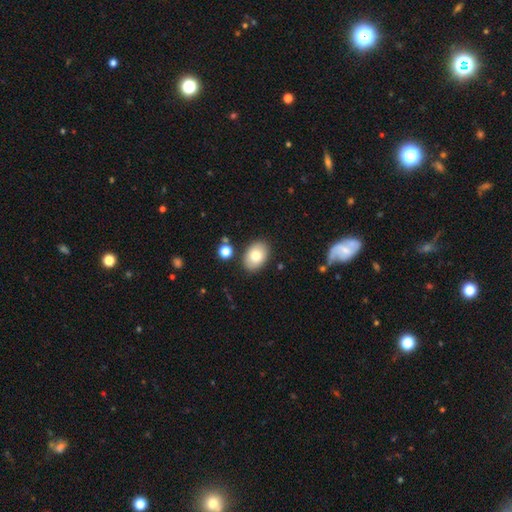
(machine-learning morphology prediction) smooth-or-featured: smooth: 80% | featured or disk: 12% | star or artifact: 7%
  how-rounded: in between: 85% | round: 14% | cigar-shaped: 1%
  merging: none: 85% | minor disturbance: 10% | merger: 3% | major disturbance: 2%